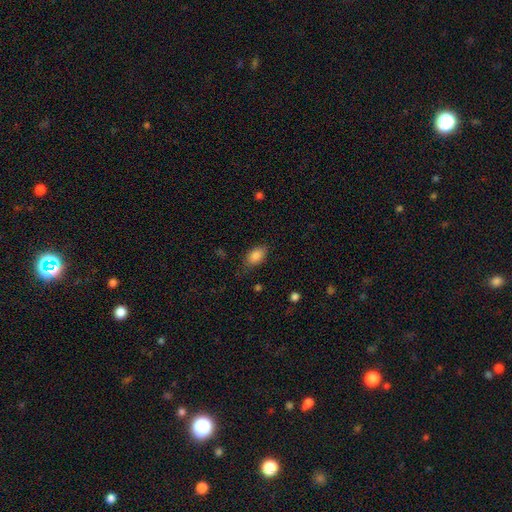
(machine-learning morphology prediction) A smooth galaxy with no disk features (86%) that is in between round and cigar-shaped (89%). Merging: none (77%).